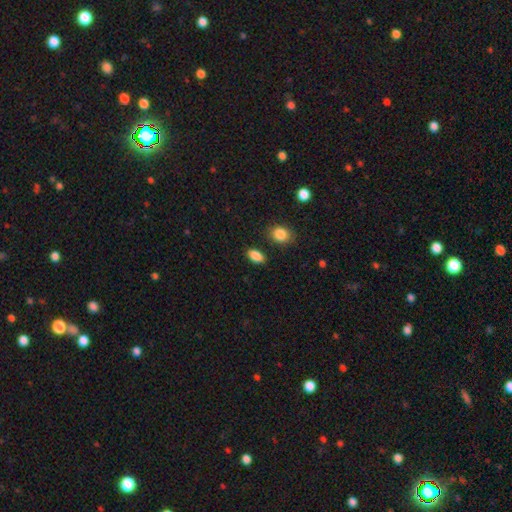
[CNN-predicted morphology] Smooth or featured?
  - smooth: 88% *
  - star or artifact: 9%
  - featured or disk: 4%
How rounded?
  - in between: 89% *
  - round: 8%
  - cigar-shaped: 2%
Merging?
  - none: 84% *
  - minor disturbance: 10%
  - merger: 3%
  - major disturbance: 3%